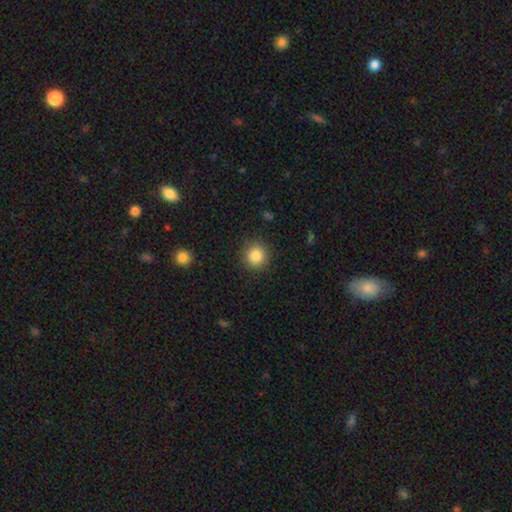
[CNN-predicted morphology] Smooth or featured?
  - smooth: 85% *
  - star or artifact: 10%
  - featured or disk: 5%
How rounded?
  - round: 93% *
  - in between: 6%
  - cigar-shaped: 1%
Merging?
  - none: 89% *
  - minor disturbance: 7%
  - major disturbance: 2%
  - merger: 1%